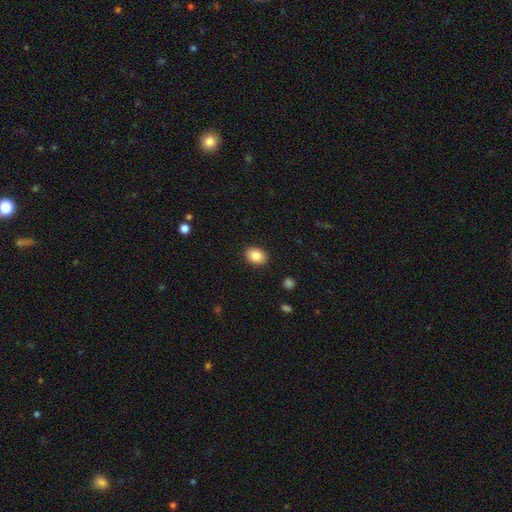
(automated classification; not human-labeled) smooth_or_featured: smooth (p=0.87) [alt: star or artifact p=0.08]
how_rounded: in between (p=0.71) [alt: round p=0.28]
merging: none (p=0.89) [alt: minor disturbance p=0.08]